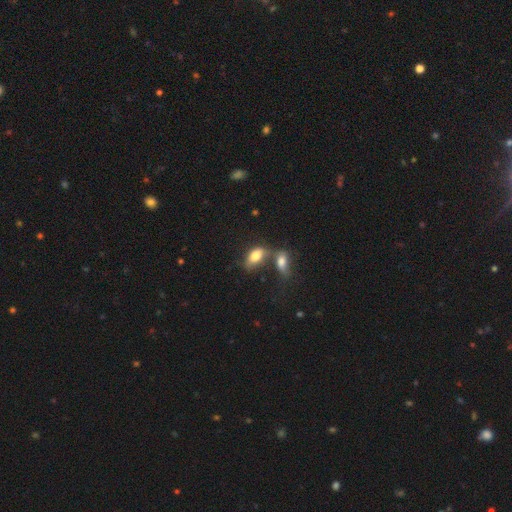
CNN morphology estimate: A smooth galaxy with no disk features (77%) that is in between round and cigar-shaped (89%).

Vote fractions:
- Smooth or featured? smooth: 77% / featured or disk: 15% / star or artifact: 8%
- How rounded? in between: 89% / round: 6% / cigar-shaped: 5%
- Merging? merger: 52% / none: 29% / minor disturbance: 12% / major disturbance: 7%